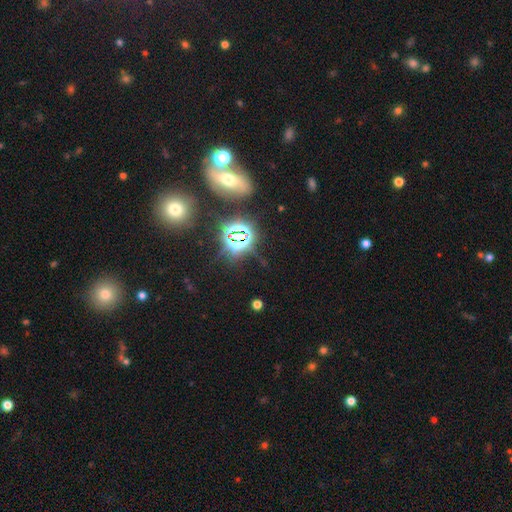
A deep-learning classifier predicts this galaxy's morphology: The model was most divided on "smooth or featured": star or artifact: 54%, smooth: 28%, featured or disk: 18%.